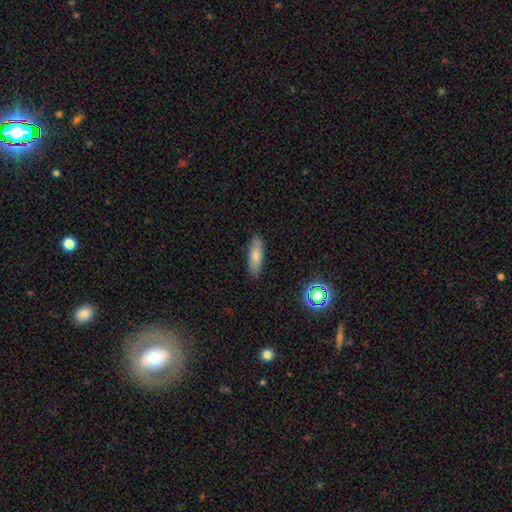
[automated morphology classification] Smooth or featured: smooth — 78% (featured or disk — 14%)
How rounded: in between — 54% (cigar-shaped — 44%)
Merging: none — 86% (minor disturbance — 11%)